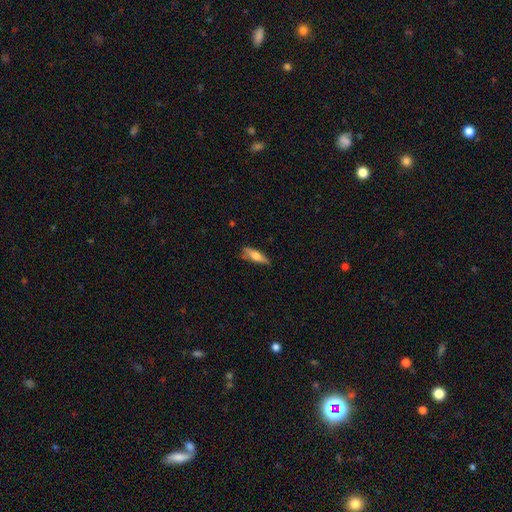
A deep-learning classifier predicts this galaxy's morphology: Smooth or featured? smooth (55%)
How rounded? cigar-shaped (65%)
Merging? none (66%)